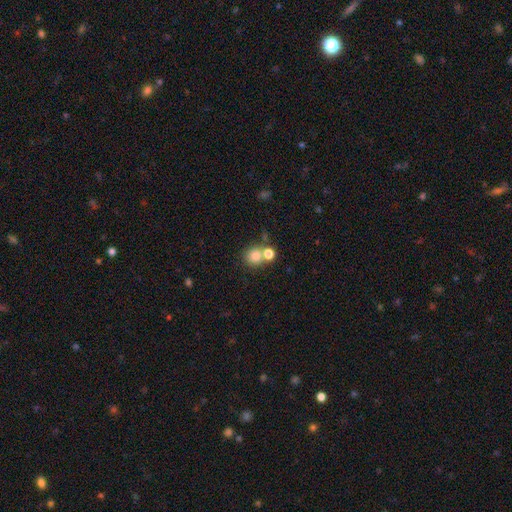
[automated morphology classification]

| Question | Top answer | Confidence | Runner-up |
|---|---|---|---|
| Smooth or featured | smooth | 79% | star or artifact (12%) |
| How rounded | round | 86% | in between (13%) |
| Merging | none | 52% | merger (37%) |